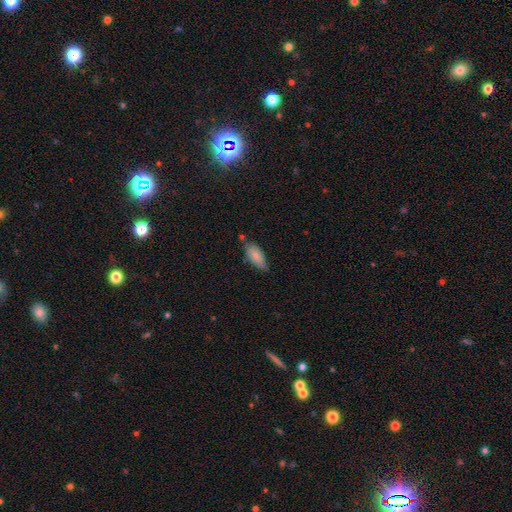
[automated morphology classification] smooth-or-featured: smooth: 81% | featured or disk: 13% | star or artifact: 6%
  how-rounded: in between: 83% | cigar-shaped: 15% | round: 2%
  merging: none: 64% | minor disturbance: 26% | merger: 6% | major disturbance: 4%